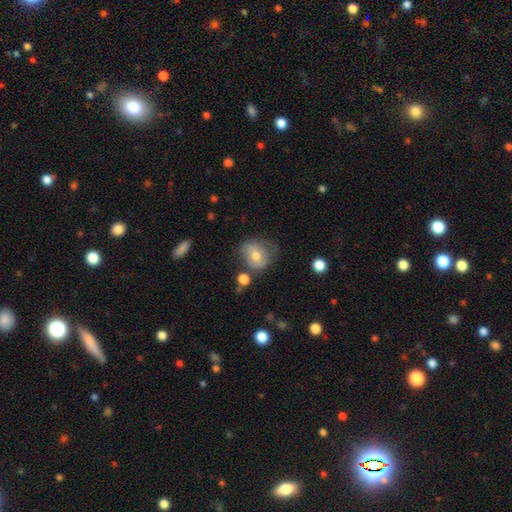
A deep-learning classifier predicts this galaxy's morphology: Smooth or featured?
  - smooth: 60% *
  - featured or disk: 32%
  - star or artifact: 8%
How rounded?
  - round: 62% *
  - in between: 37%
  - cigar-shaped: 1%
Merging?
  - none: 47% *
  - minor disturbance: 30%
  - major disturbance: 17%
  - merger: 7%